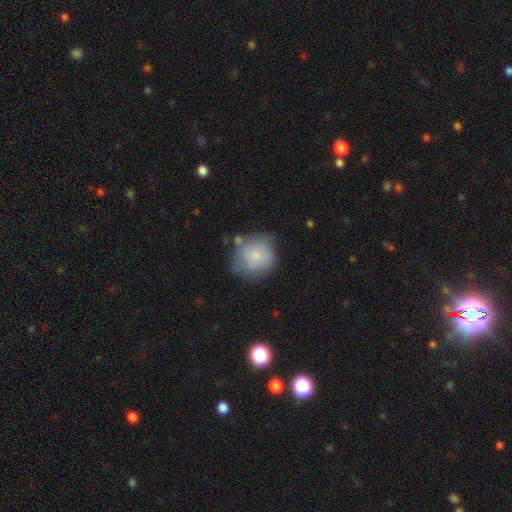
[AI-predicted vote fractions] Q: Smooth or featured?
A: smooth (71%); runner-up: featured or disk (22%)
Q: How rounded?
A: round (81%); runner-up: in between (18%)
Q: Merging?
A: none (49%); runner-up: minor disturbance (31%)